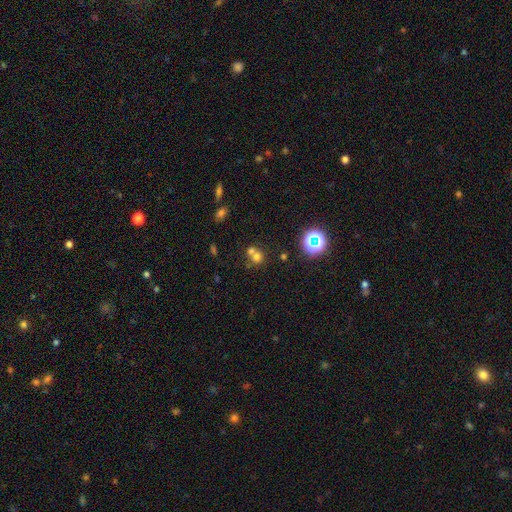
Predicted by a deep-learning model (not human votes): Overall: smooth (62%; star or artifact 24%). How rounded: round (83%). Merging: merger (50%; none 40%).